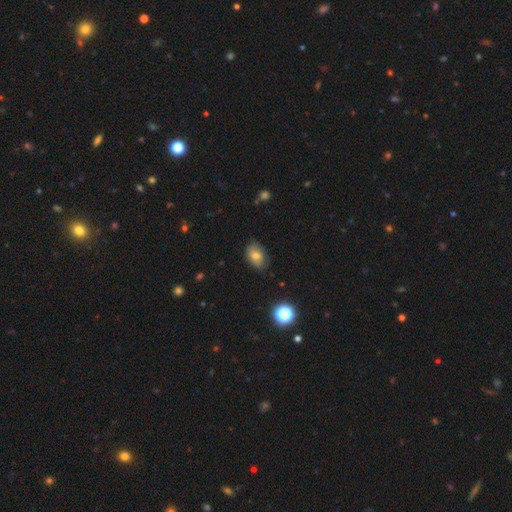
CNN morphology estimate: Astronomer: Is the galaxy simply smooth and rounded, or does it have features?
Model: smooth — 71%.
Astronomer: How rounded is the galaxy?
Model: in between — 82%.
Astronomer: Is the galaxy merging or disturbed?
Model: none — 73%.